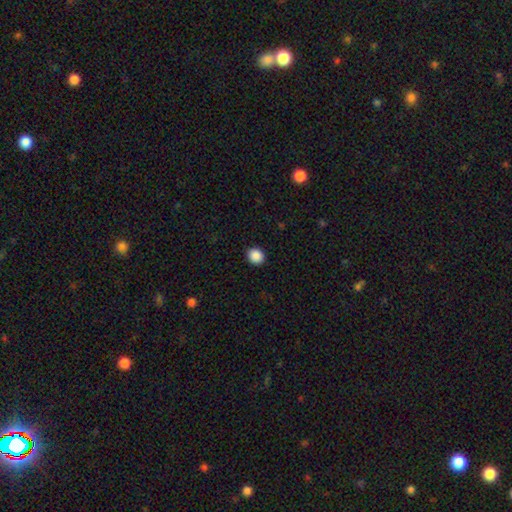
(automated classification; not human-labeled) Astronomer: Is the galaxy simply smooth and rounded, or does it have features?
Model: smooth — 89%.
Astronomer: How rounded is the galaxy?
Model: round — 73%.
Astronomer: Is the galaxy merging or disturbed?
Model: none — 92%.